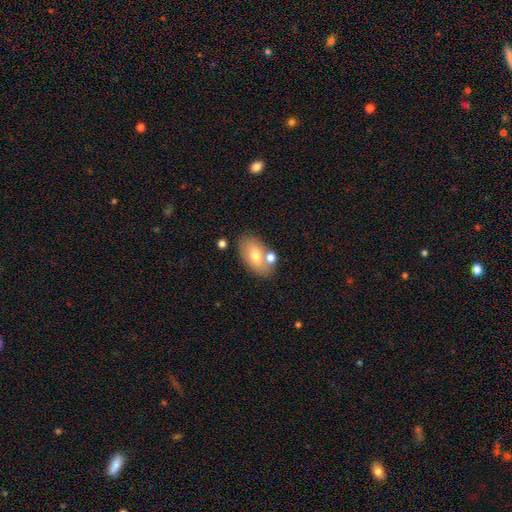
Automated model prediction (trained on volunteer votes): This appears to be a smooth galaxy with no disk features (68%) that is in between round and cigar-shaped (90%). Merging: none (66%).